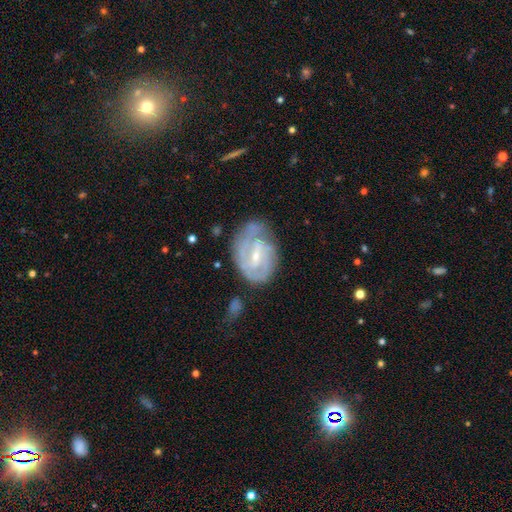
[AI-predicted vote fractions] Smooth or featured? featured or disk (84%)
Edge-on disk? no (97%)
Bar? weak (57%)
Spiral arms? yes (93%)
Spiral winding? tight (53%)
Spiral arm count? 2 (50%)
Bulge size? small (68%)
Merging? none (57%)